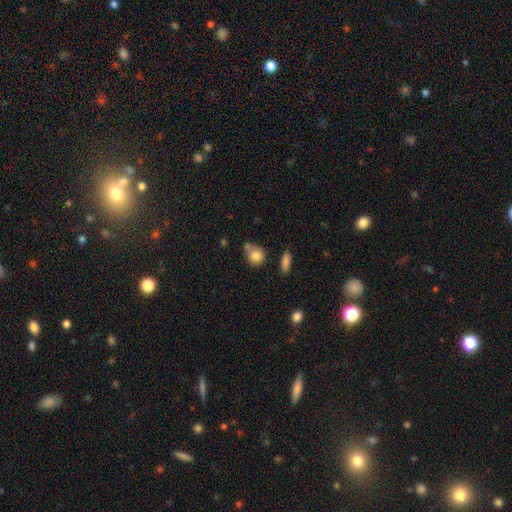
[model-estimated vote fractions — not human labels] smooth-or-featured: smooth: 80% | featured or disk: 10% | star or artifact: 9%
  how-rounded: round: 67% | in between: 31% | cigar-shaped: 2%
  merging: none: 47% | minor disturbance: 26% | merger: 19% | major disturbance: 8%